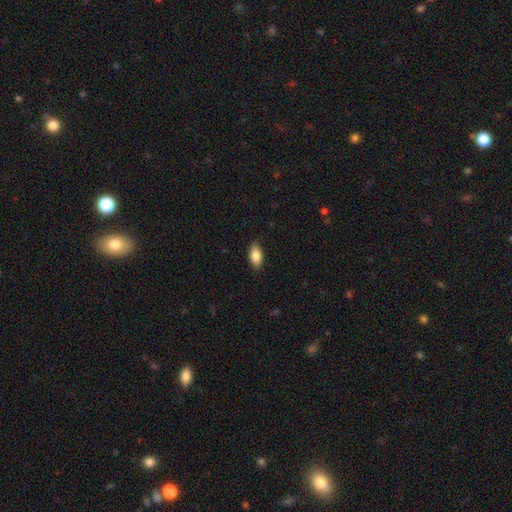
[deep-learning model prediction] Smooth or featured: smooth — 83% (featured or disk — 10%)
How rounded: in between — 90% (cigar-shaped — 7%)
Merging: none — 88% (minor disturbance — 9%)